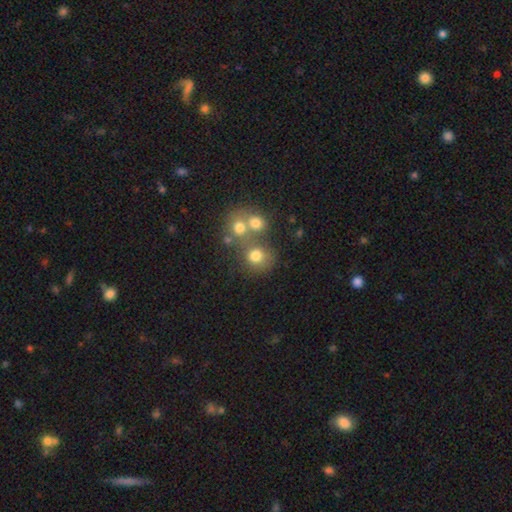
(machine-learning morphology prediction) type=smooth (72%); roundness=round (80%); merging=none (43%).